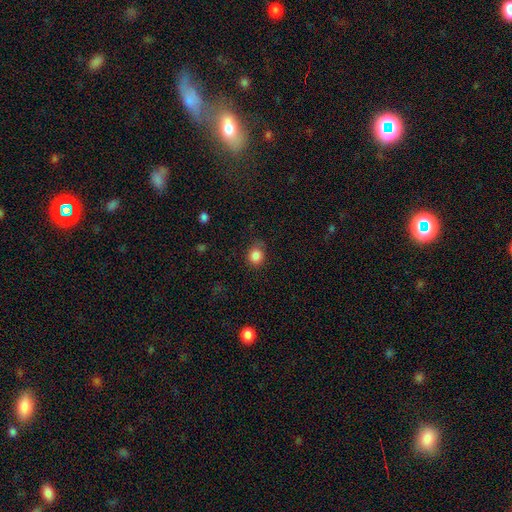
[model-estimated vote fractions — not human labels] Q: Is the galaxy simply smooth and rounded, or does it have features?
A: smooth — 85%.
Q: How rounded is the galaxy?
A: round — 74%.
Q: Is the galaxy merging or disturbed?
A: none — 74%.